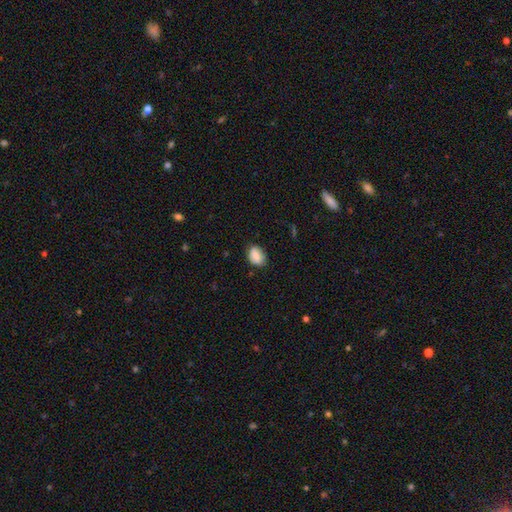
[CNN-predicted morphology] This appears to be a smooth galaxy with no disk features (82%) that is in between round and cigar-shaped (78%). Merging: none (76%).